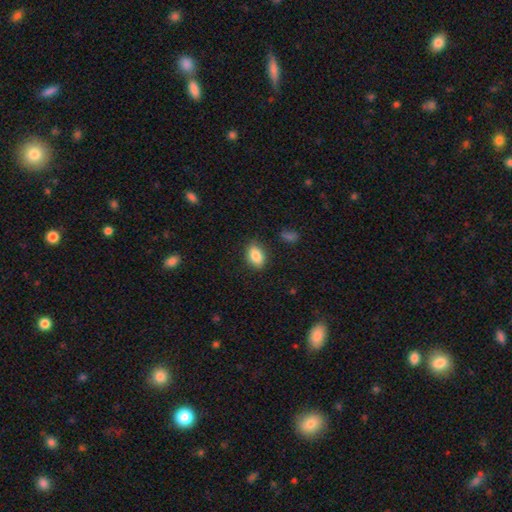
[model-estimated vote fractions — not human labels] The model was most divided on "how rounded": in between: 85%, round: 13%, cigar-shaped: 2%. More confident: smooth or featured — smooth (85%); merging — none (84%).